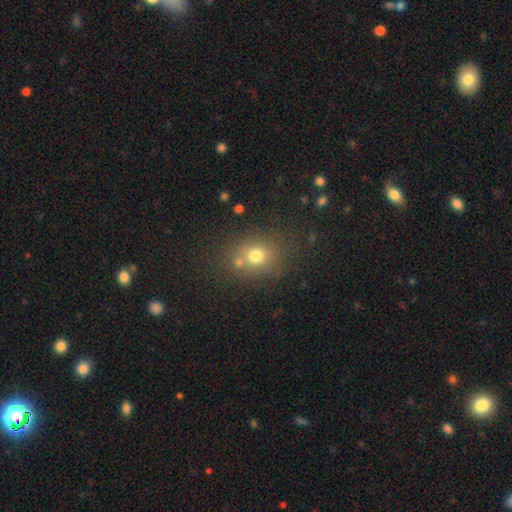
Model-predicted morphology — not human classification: smooth-or-featured: smooth: 71% | star or artifact: 17% | featured or disk: 12%
  how-rounded: round: 71% | in between: 28% | cigar-shaped: 1%
  merging: none: 67% | merger: 17% | minor disturbance: 12% | major disturbance: 5%